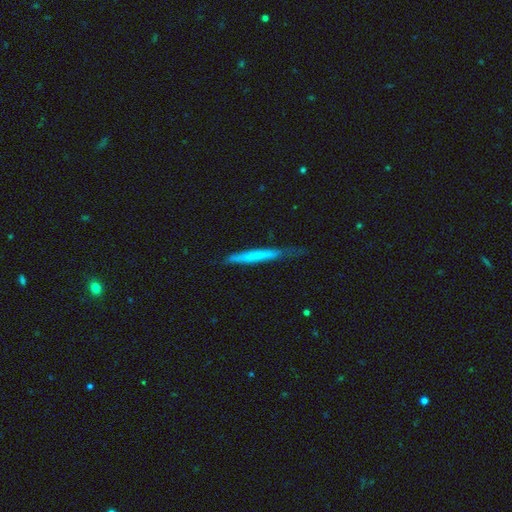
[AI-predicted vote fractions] A smooth galaxy with no disk features (60%) that is cigar-shaped (96%).

Vote fractions:
- Smooth or featured? smooth: 60% / featured or disk: 34% / star or artifact: 6%
- How rounded? cigar-shaped: 96% / in between: 3% / round: 1%
- Merging? none: 66% / minor disturbance: 26% / major disturbance: 6% / merger: 2%